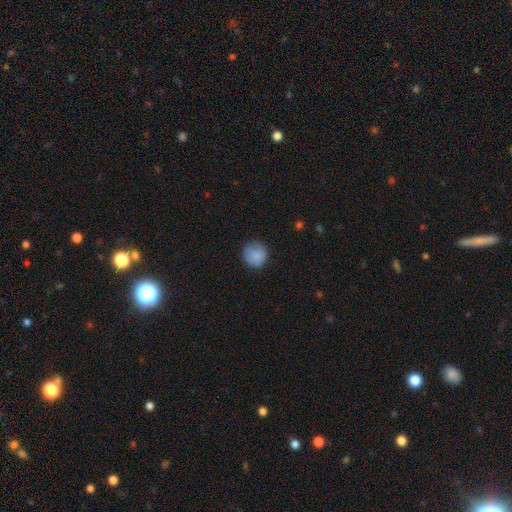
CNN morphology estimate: Smooth or featured?
  - smooth: 84% *
  - featured or disk: 8%
  - star or artifact: 8%
How rounded?
  - round: 91% *
  - in between: 8%
  - cigar-shaped: 1%
Merging?
  - none: 77% *
  - minor disturbance: 17%
  - major disturbance: 4%
  - merger: 1%